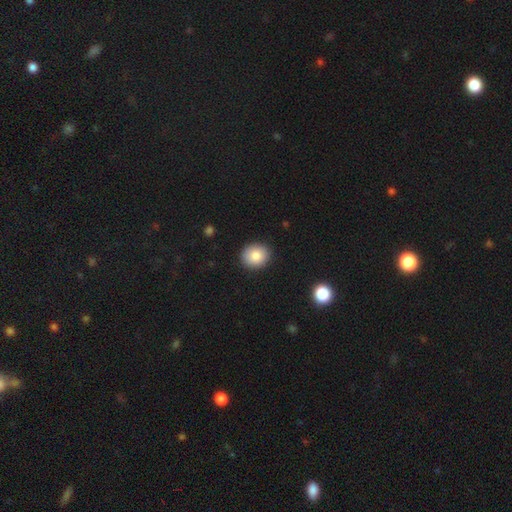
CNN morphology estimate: Overall: smooth (84%). How rounded: round (72%). Merging: none (90%).